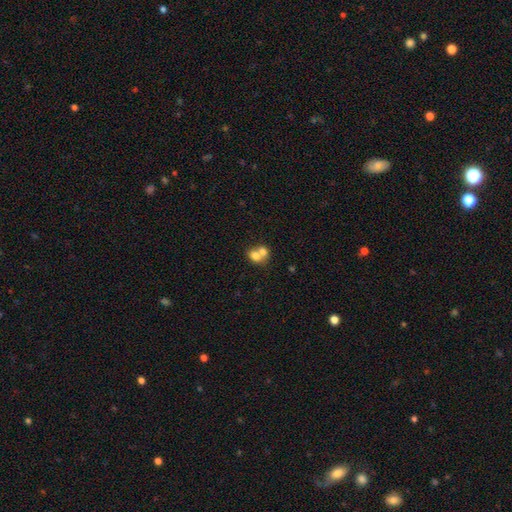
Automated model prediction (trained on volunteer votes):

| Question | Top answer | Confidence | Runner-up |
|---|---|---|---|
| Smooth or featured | smooth | 71% | featured or disk (19%) |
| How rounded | round | 55% | in between (44%) |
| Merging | merger | 69% | none (23%) |